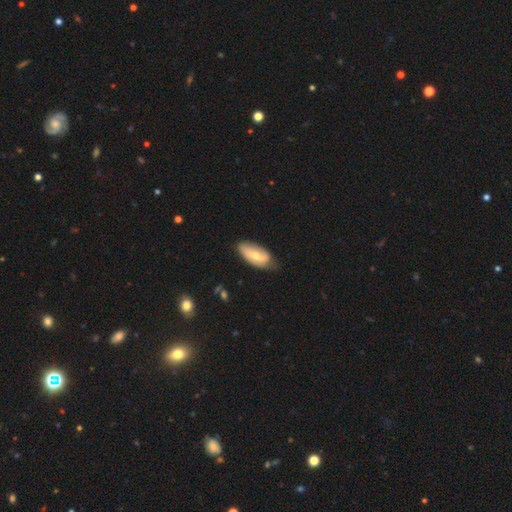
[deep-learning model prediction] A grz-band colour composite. It shows a smooth galaxy with no disk features (50%). Merging: none (64%).